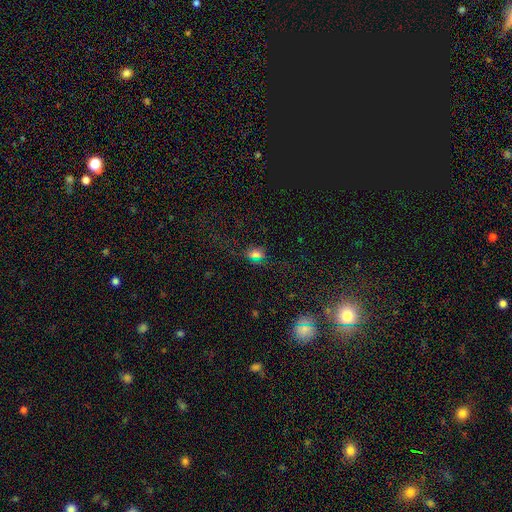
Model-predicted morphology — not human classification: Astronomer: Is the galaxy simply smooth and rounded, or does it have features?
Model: smooth — 56% (runner-up: star or artifact, 32%).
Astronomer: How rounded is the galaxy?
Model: in between — 69%.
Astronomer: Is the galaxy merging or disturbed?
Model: none — 72%.